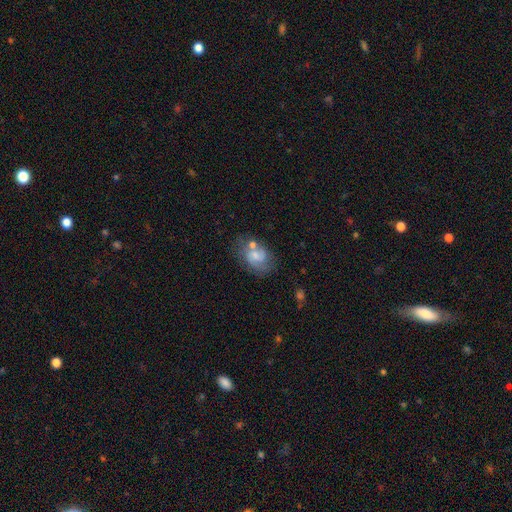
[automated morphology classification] A featured or disk galaxy (47%).

Vote fractions:
- Smooth or featured? featured or disk: 47% / smooth: 44% / star or artifact: 9%
- Merging? none: 48% / minor disturbance: 23% / merger: 17% / major disturbance: 12%